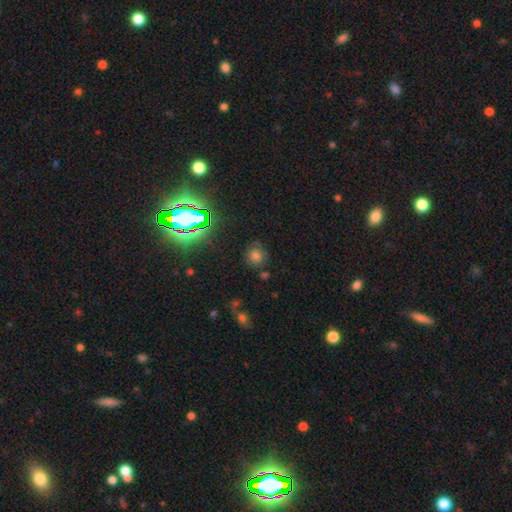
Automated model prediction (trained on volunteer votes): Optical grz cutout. It shows a smooth galaxy with no disk features (60%) that is round (87%). Merging: none (81%).